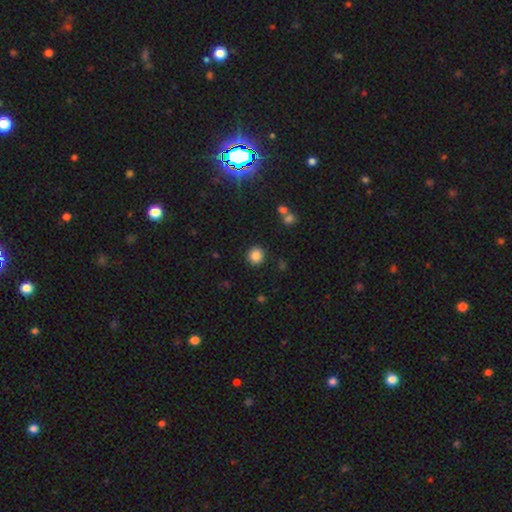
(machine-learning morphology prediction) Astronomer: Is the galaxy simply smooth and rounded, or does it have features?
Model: smooth — 85%.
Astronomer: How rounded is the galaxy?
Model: round — 91%.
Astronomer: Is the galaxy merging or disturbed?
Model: none — 90%.